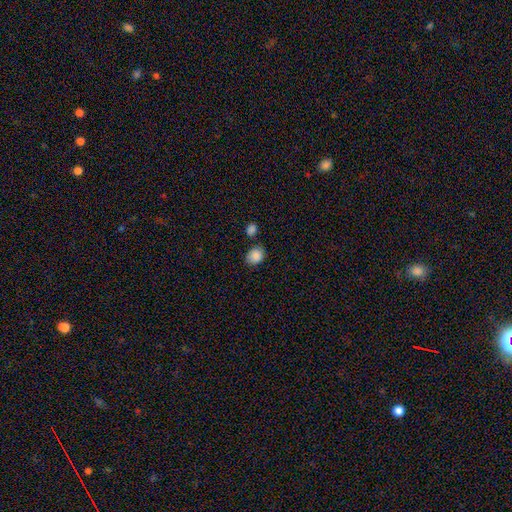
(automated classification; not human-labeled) A smooth galaxy with no disk features (87%) that is in between round and cigar-shaped (53%). Merging: none (69%).